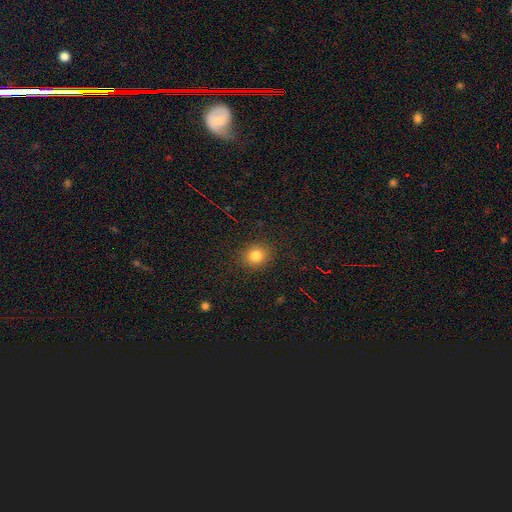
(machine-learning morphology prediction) Smooth or featured? Predicted: smooth (p=0.82). How rounded? Predicted: round (p=0.78). Merging? Predicted: none (p=0.89).